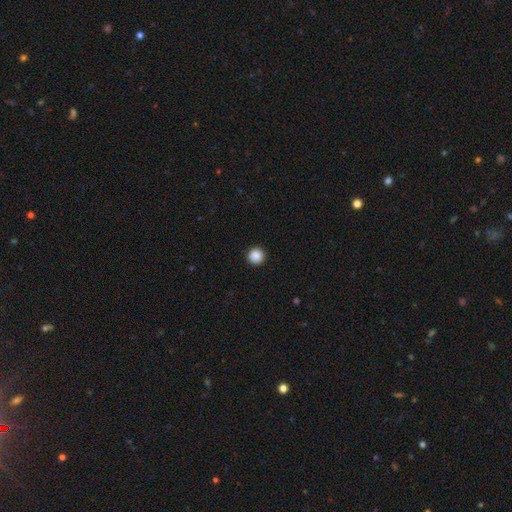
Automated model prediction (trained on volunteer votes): Smooth or featured?
  - smooth: 88% *
  - star or artifact: 10%
  - featured or disk: 3%
How rounded?
  - round: 96% *
  - in between: 3%
  - cigar-shaped: 1%
Merging?
  - none: 93% *
  - minor disturbance: 4%
  - major disturbance: 2%
  - merger: 1%